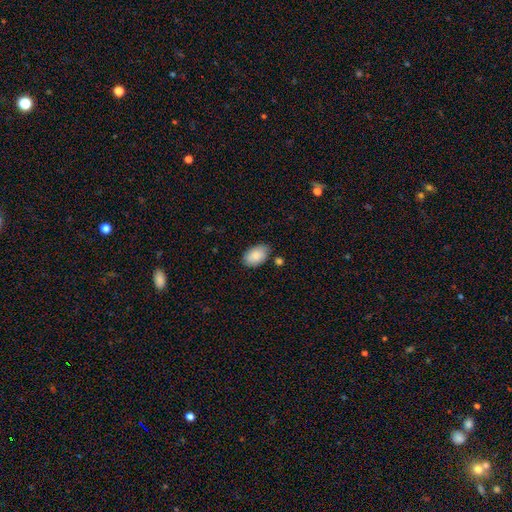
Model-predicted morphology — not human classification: This appears to be a smooth galaxy with no disk features (87%) that is in between round and cigar-shaped (92%). Merging: none (78%).